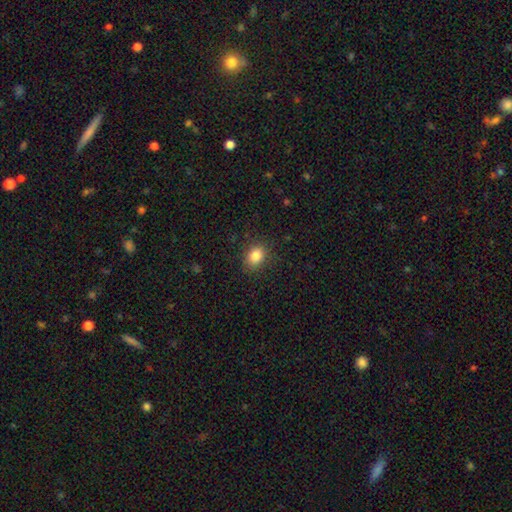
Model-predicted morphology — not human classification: smooth-or-featured: smooth: 84% | star or artifact: 10% | featured or disk: 5%
  how-rounded: in between: 60% | round: 39% | cigar-shaped: 1%
  merging: none: 86% | minor disturbance: 10% | major disturbance: 3% | merger: 1%